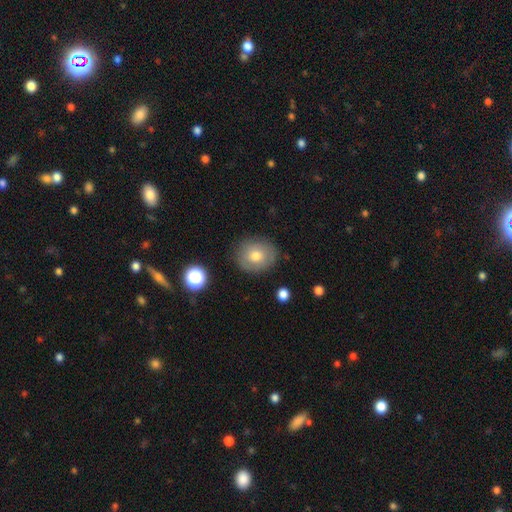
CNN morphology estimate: Smooth or featured?
  - smooth: 73% *
  - featured or disk: 18%
  - star or artifact: 10%
How rounded?
  - round: 78% *
  - in between: 21%
  - cigar-shaped: 1%
Merging?
  - none: 84% *
  - minor disturbance: 11%
  - major disturbance: 3%
  - merger: 2%